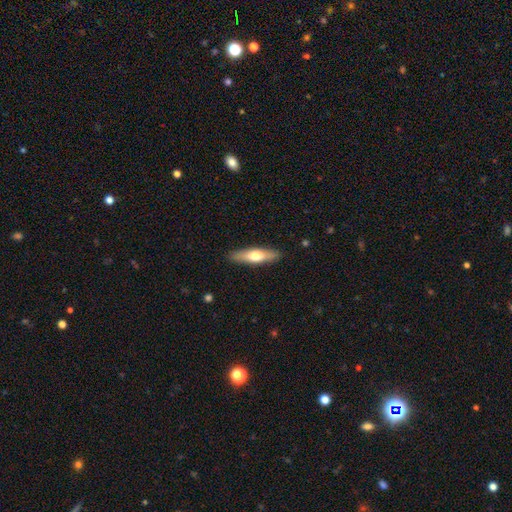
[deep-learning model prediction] The model was most divided on "smooth or featured": smooth: 57%, featured or disk: 37%, star or artifact: 5%. More confident: merging — none (89%); how rounded — cigar-shaped (67%).